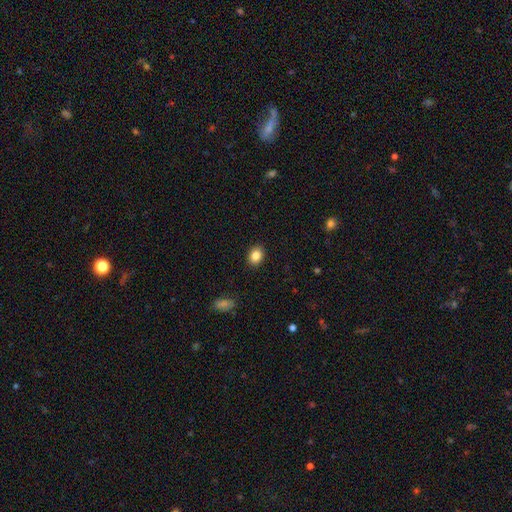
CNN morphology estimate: A smooth galaxy with no disk features (85%) that is in between round and cigar-shaped (61%).

Vote fractions:
- Smooth or featured? smooth: 85% / star or artifact: 9% / featured or disk: 6%
- How rounded? in between: 61% / round: 38% / cigar-shaped: 1%
- Merging? none: 90% / minor disturbance: 7% / major disturbance: 2% / merger: 1%